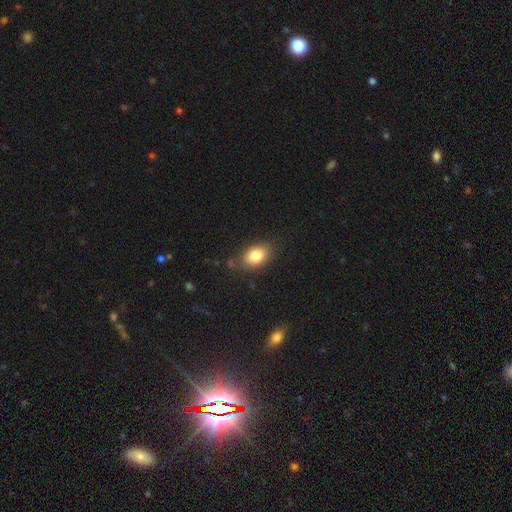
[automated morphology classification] type=smooth (83%); roundness=in between (82%); merging=none (79%).